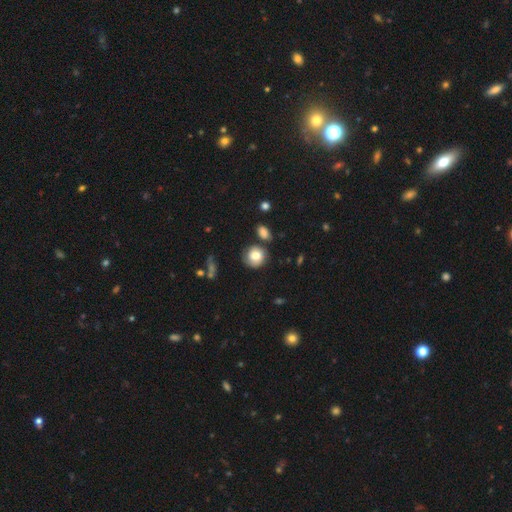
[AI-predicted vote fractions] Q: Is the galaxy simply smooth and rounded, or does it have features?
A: smooth — 72%.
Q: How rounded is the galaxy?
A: round — 85%.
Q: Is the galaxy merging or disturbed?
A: none — 68%.